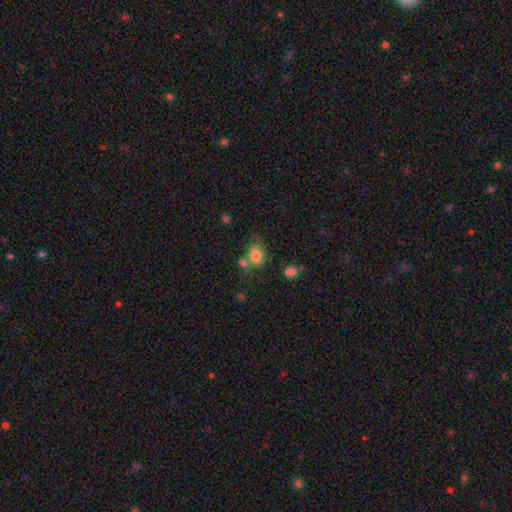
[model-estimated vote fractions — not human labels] Smooth or featured? Predicted: smooth (p=0.80). How rounded? Predicted: in between (p=0.71). Merging? Predicted: none (p=0.44).